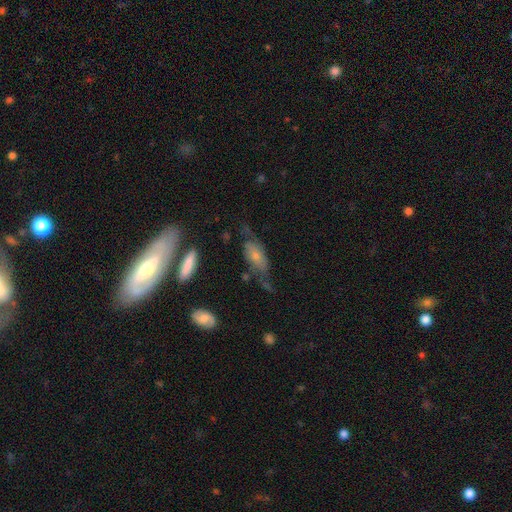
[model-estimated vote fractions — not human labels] smooth-or-featured: featured or disk: 46% (tied) | smooth: 46% (tied) | star or artifact: 8%
  merging: none: 42% | minor disturbance: 27% | major disturbance: 25% | merger: 6%